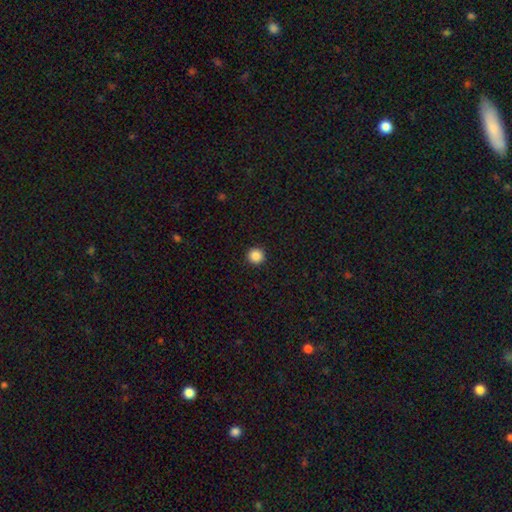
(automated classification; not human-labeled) A smooth galaxy with no disk features (87%) that is round (96%). Merging: none (94%).